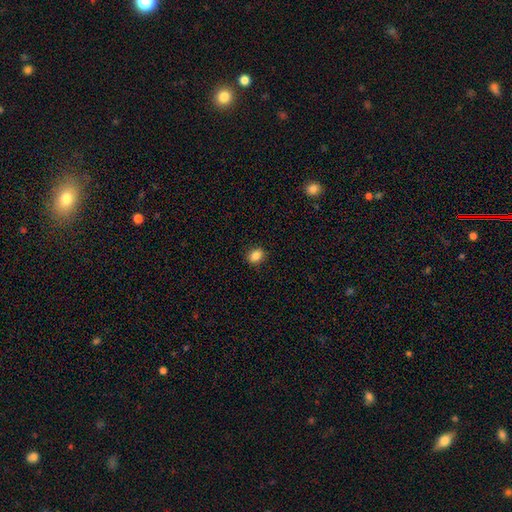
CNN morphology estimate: This is clearly a smooth galaxy (86%). How rounded: possibly in between (55%). Merging: clearly none (89%).